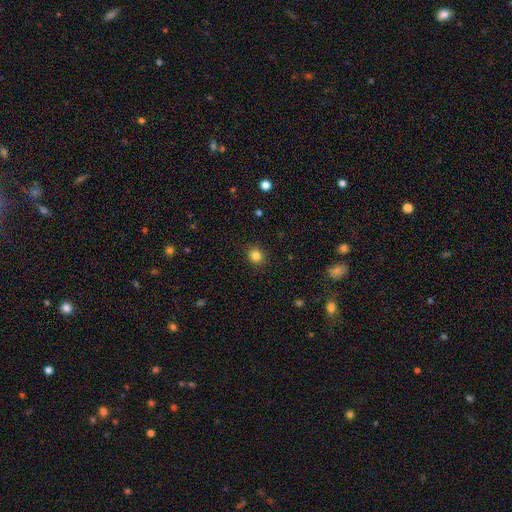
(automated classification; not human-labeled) smooth 84%, star or artifact 12%, featured or disk 5%. Down the decision tree: how rounded — round (82%); merging — none (91%).